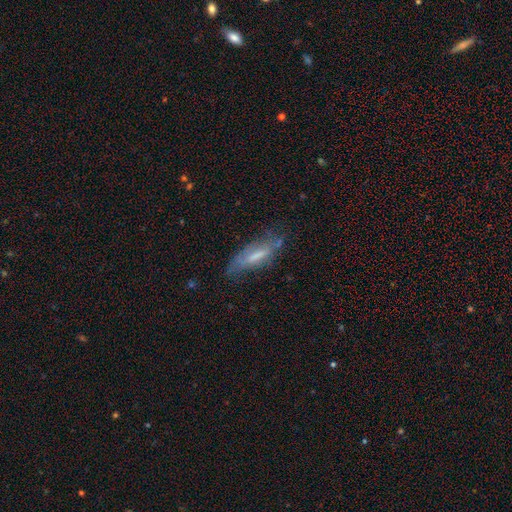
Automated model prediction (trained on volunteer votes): smooth-or-featured: featured or disk: 46% | smooth: 45% | star or artifact: 8%
  merging: none: 57% | minor disturbance: 28% | major disturbance: 12% | merger: 3%